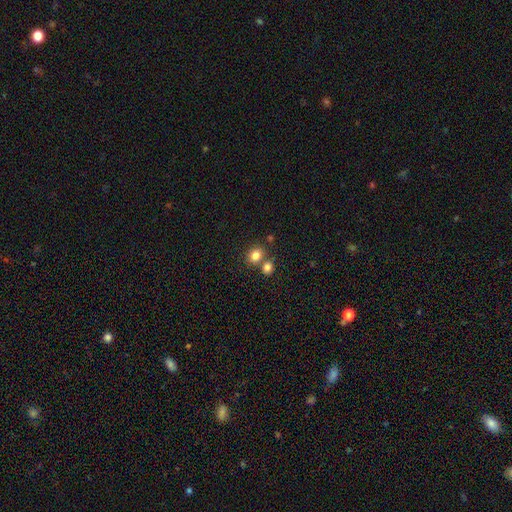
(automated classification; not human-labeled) Smooth or featured: smooth — 82% (star or artifact — 11%)
How rounded: round — 56% (in between — 43%)
Merging: none — 56% (merger — 31%)